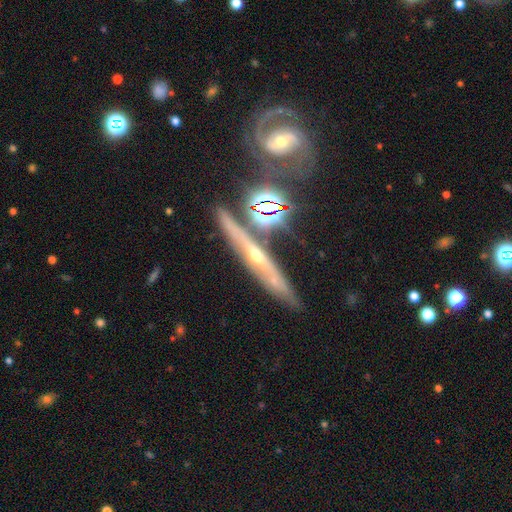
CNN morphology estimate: Smooth or featured?
  - featured or disk: 75% *
  - smooth: 14%
  - star or artifact: 11%
Edge-on disk?
  - yes: 84% *
  - no: 16%
Edge-on bulge?
  - rounded: 76% *
  - none: 20%
  - boxy: 4%
Merging?
  - none: 72% *
  - minor disturbance: 14%
  - merger: 9%
  - major disturbance: 4%